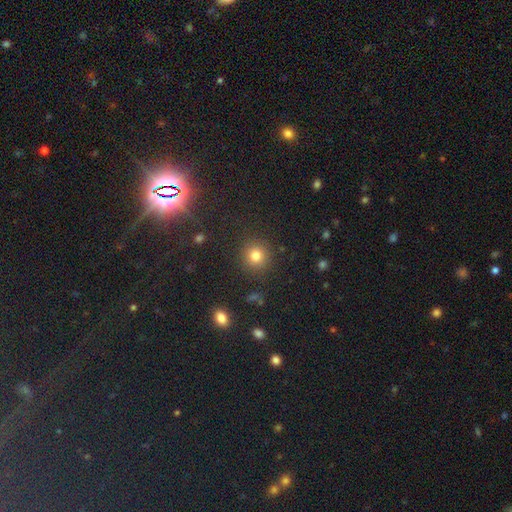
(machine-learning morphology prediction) smooth-or-featured: smooth: 79% | star or artifact: 15% | featured or disk: 6%
  how-rounded: round: 92% | in between: 7% | cigar-shaped: 1%
  merging: none: 89% | minor disturbance: 6% | major disturbance: 3% | merger: 2%